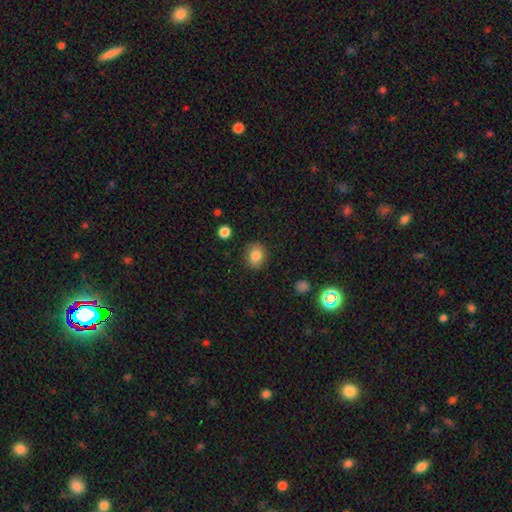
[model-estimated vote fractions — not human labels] The model was most divided on "how rounded": round: 67%, in between: 32%, cigar-shaped: 1%. More confident: merging — none (85%); smooth or featured — smooth (83%).